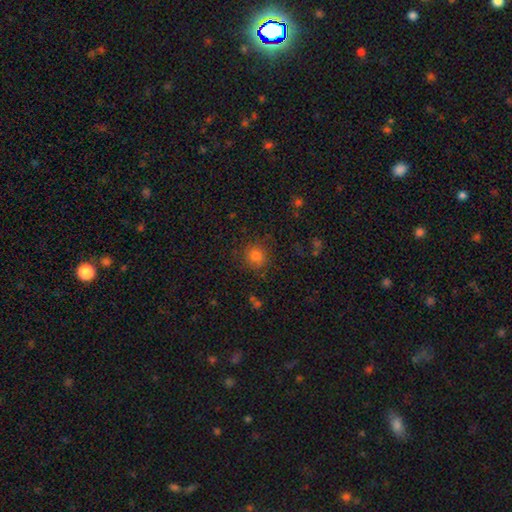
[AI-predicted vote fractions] Overall: smooth (80%). How rounded: round (88%). Merging: none (83%).